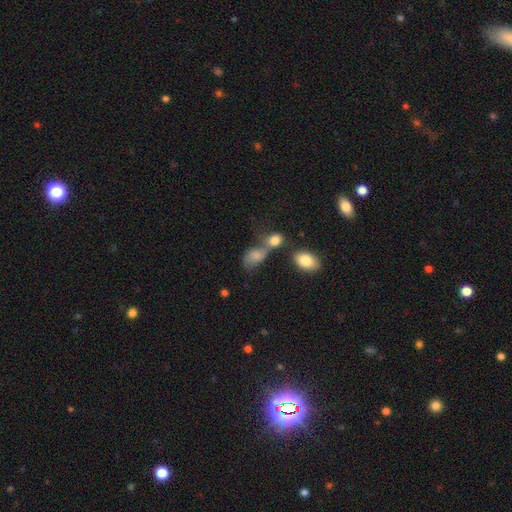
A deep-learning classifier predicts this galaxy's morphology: Overall: smooth (69%). How rounded: in between (80%). Merging: merger (45%; none 26%).